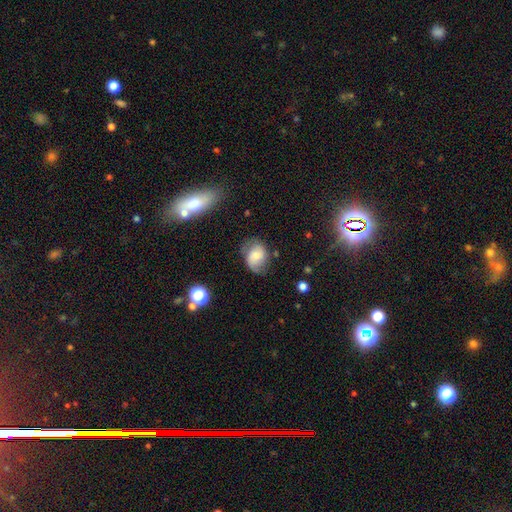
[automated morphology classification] Smooth or featured: smooth — 46% (featured or disk — 45%)
Merging: none — 59% (minor disturbance — 27%)